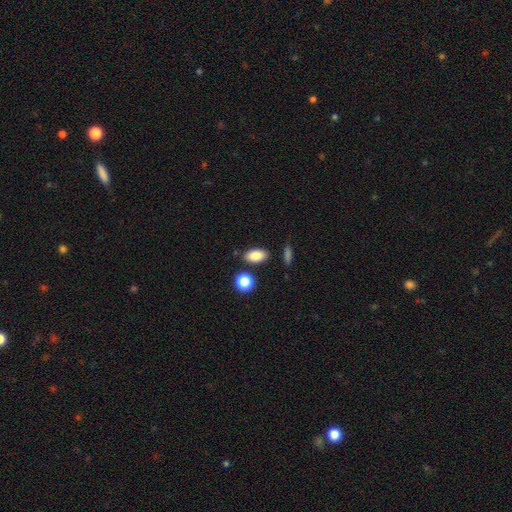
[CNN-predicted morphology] A smooth galaxy with no disk features (85%) that is in between round and cigar-shaped (87%).

Vote fractions:
- Smooth or featured? smooth: 85% / star or artifact: 9% / featured or disk: 6%
- How rounded? in between: 87% / round: 10% / cigar-shaped: 3%
- Merging? none: 83% / minor disturbance: 9% / merger: 6% / major disturbance: 2%